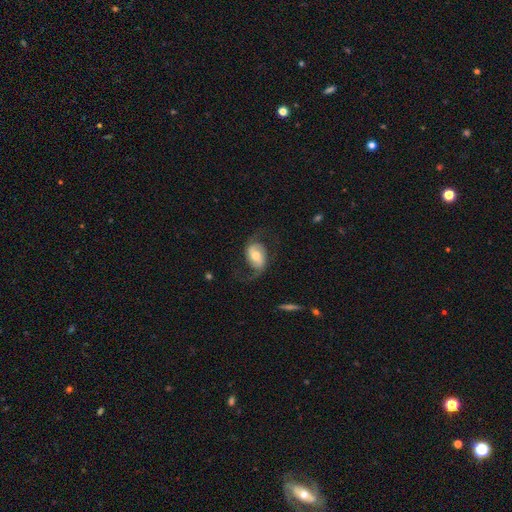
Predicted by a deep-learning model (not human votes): Morphology: type=featured or disk (76%); edge-on=no (97%); bar=no (45%); spiral arms=yes (93%); winding=loose (64%); arm count=2 (88%); bulge=moderate (69%); merging=none (63%).